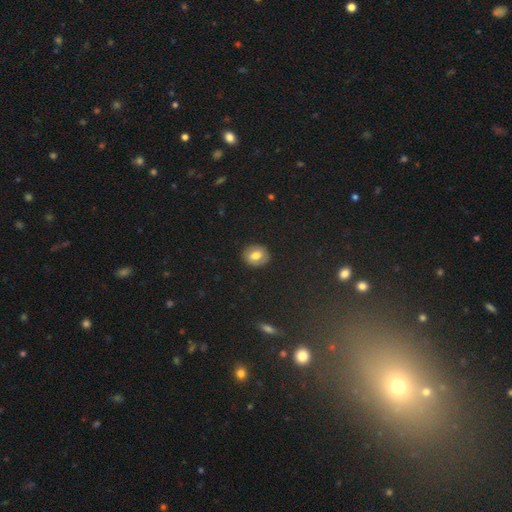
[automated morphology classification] smooth_or_featured: smooth (p=0.68) [alt: featured or disk p=0.21]
how_rounded: round (p=0.66) [alt: in between p=0.33]
merging: none (p=0.88) [alt: minor disturbance p=0.09]